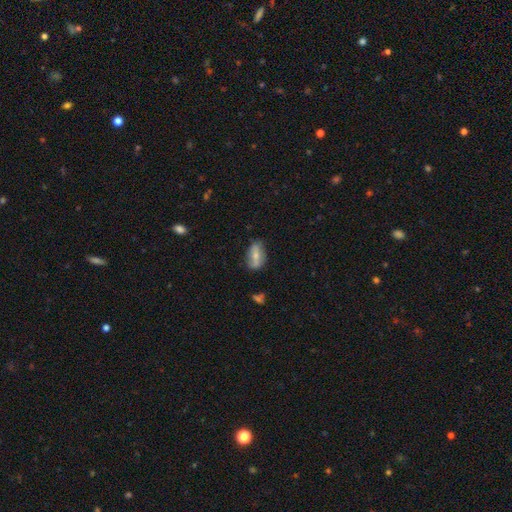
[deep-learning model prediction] This is possibly a smooth galaxy (57%). How rounded: clearly in between (85%). Merging: likely none (72%).